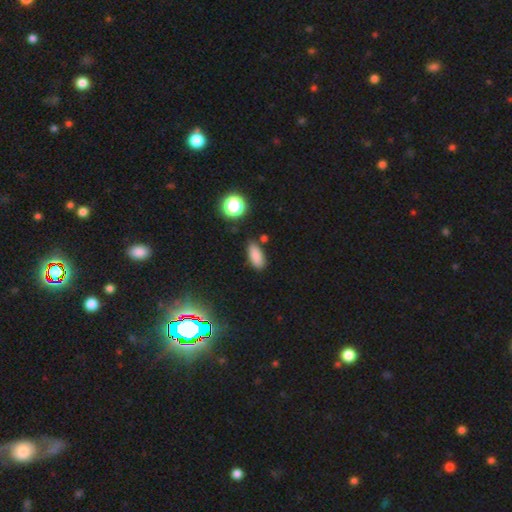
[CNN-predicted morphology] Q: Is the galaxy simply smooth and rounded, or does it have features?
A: smooth — 83%.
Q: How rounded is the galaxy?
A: in between — 80%.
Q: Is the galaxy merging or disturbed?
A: none — 80%.